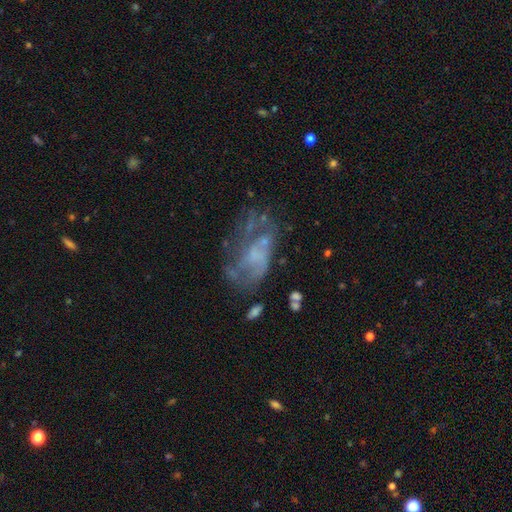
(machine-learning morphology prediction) Smooth or featured? featured or disk (64%)
Edge-on disk? no (97%)
Bar? no (79%)
Spiral arms? no (62%)
Bulge size? none (60%)
Merging? none (37%)